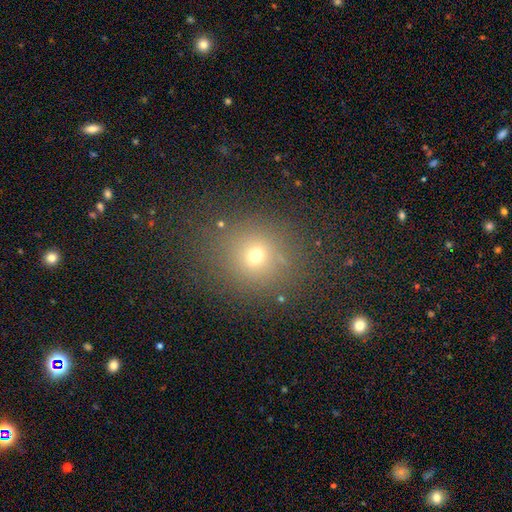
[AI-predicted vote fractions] This appears to be a smooth galaxy with no disk features (65%) that is round (83%). Merging: none (82%).